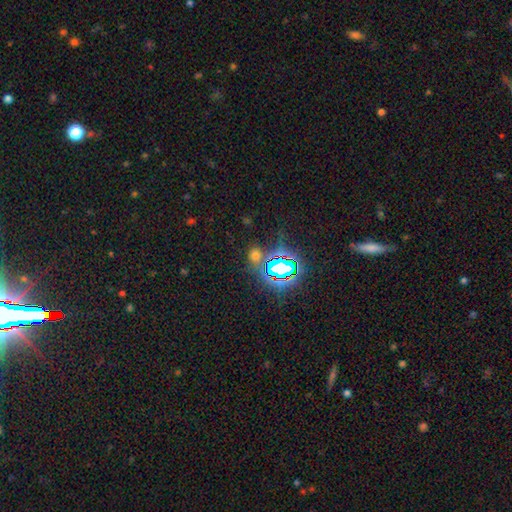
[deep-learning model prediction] This appears to be a star or artifact, not a galaxy (51%).